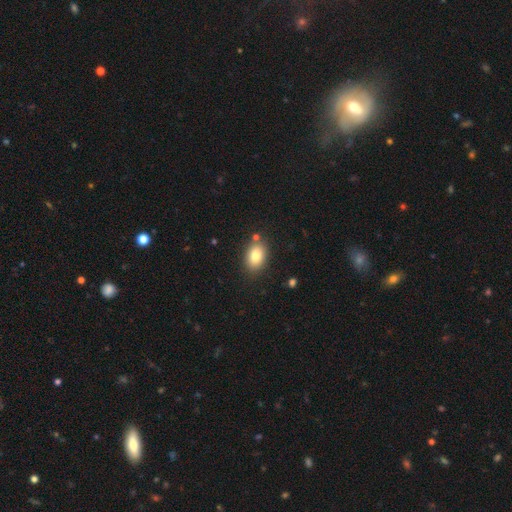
Overall: smooth (87%). How rounded: in between (76%). Merging: none (81%).